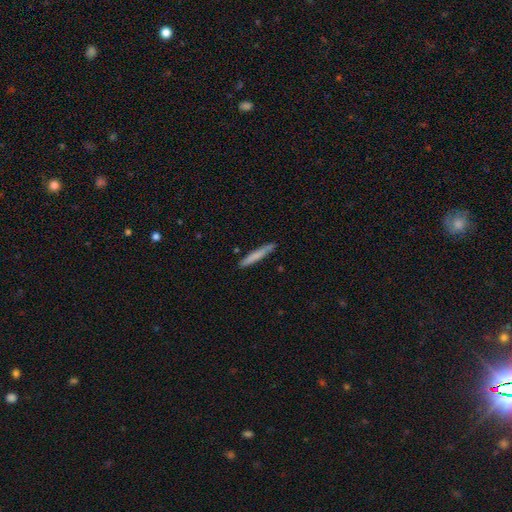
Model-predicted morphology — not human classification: A smooth galaxy with no disk features (73%) that is cigar-shaped (94%). Merging: none (83%).